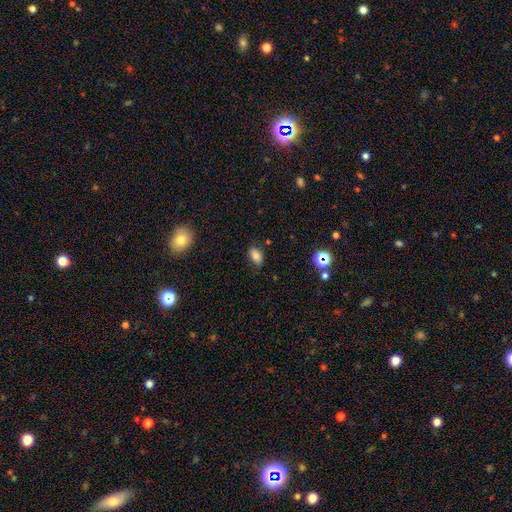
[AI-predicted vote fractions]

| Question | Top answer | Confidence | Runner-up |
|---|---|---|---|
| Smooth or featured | smooth | 81% | star or artifact (11%) |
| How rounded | in between | 84% | round (14%) |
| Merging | none | 79% | minor disturbance (16%) |